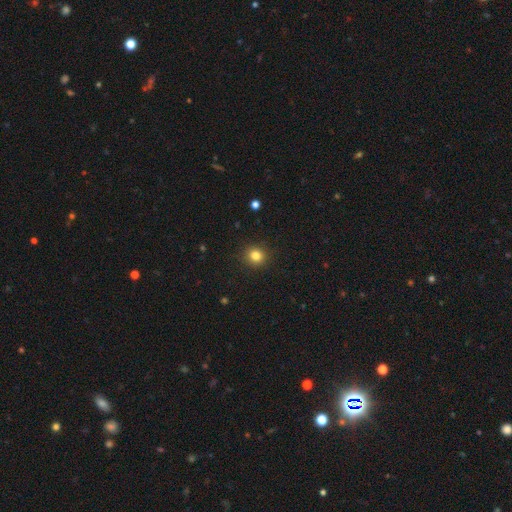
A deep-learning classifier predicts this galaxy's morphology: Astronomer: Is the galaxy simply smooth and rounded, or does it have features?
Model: smooth — 82%.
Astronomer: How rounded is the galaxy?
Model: round — 89%.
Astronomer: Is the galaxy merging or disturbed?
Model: none — 91%.